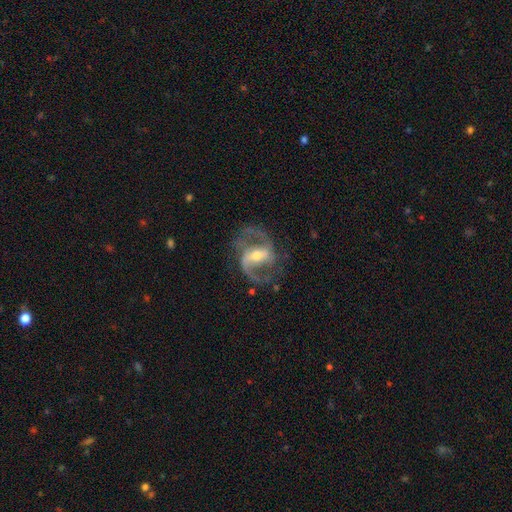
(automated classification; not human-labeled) A featured or disk galaxy (92%) with a strong bar (46%), 2 (91%) medium (60%) spiral arms (98%) and a moderate central bulge (53%).

Vote fractions:
- Smooth or featured? featured or disk: 92% / star or artifact: 5% / smooth: 4%
- Edge-on disk? no: 97% / yes: 3%
- Bar? strong: 46% / weak: 40% / no: 14%
- Spiral arms? yes: 98% / no: 2%
- Spiral winding? medium: 60% / loose: 28% / tight: 12%
- Spiral arm count? 2: 91% / 3: 3% / can't tell: 2% / 1: 2% / 4: 1% / more than 4: 1%
- Bulge size? moderate: 53% / small: 42% / large: 3% / none: 1% / dominant: 1%
- Merging? none: 75% / minor disturbance: 14% / major disturbance: 9% / merger: 2%